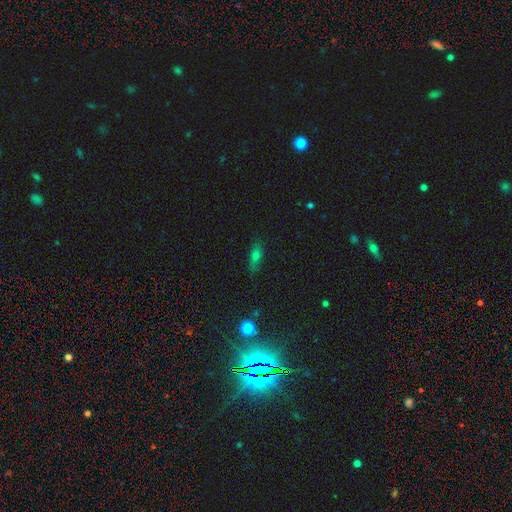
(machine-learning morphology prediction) Overall: smooth (64%). How rounded: in between (57%; cigar-shaped 37%). Merging: none (79%).